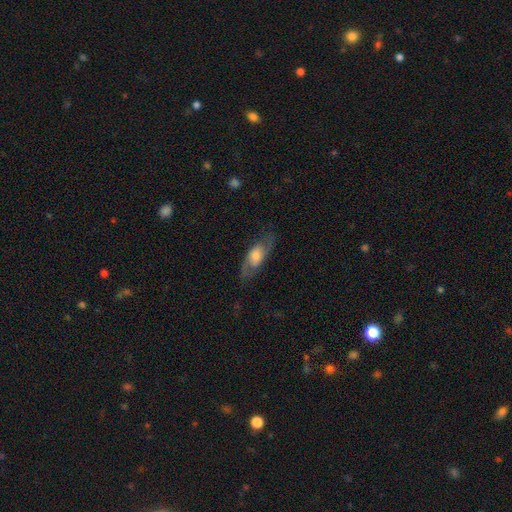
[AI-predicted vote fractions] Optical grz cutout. It shows a featured or disk galaxy (51%). Merging: none (74%).